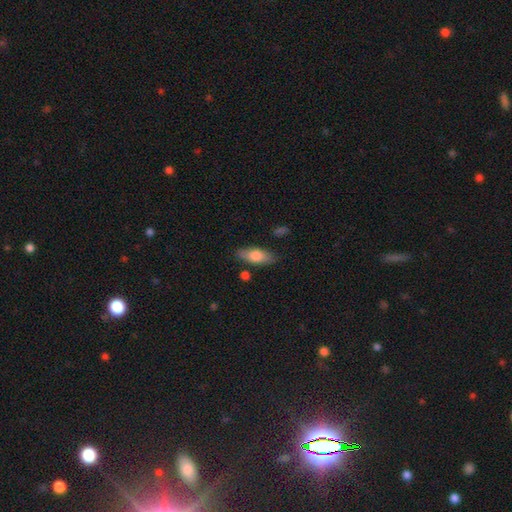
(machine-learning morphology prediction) Smooth or featured?
  - smooth: 71% *
  - featured or disk: 22%
  - star or artifact: 6%
How rounded?
  - in between: 73% *
  - cigar-shaped: 24%
  - round: 3%
Merging?
  - none: 80% *
  - minor disturbance: 13%
  - merger: 3%
  - major disturbance: 3%